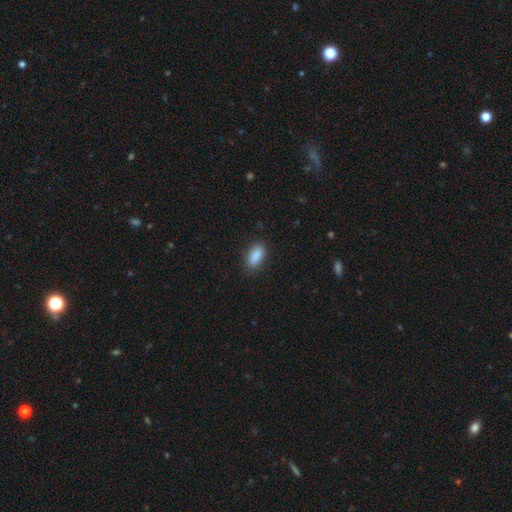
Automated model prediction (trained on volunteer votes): Q: Smooth or featured?
A: smooth (89%); runner-up: star or artifact (7%)
Q: How rounded?
A: in between (85%); runner-up: cigar-shaped (12%)
Q: Merging?
A: none (86%); runner-up: minor disturbance (11%)